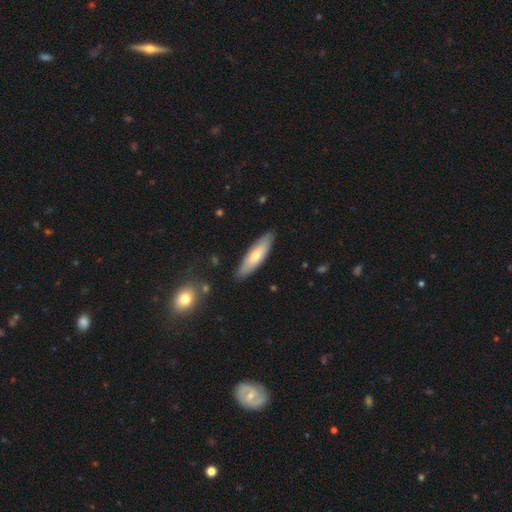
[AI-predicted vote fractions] A smooth galaxy with no disk features (64%) that is cigar-shaped (60%).

Vote fractions:
- Smooth or featured? smooth: 64% / featured or disk: 31% / star or artifact: 5%
- How rounded? cigar-shaped: 60% / in between: 38% / round: 2%
- Merging? none: 87% / minor disturbance: 10% / major disturbance: 2% / merger: 1%